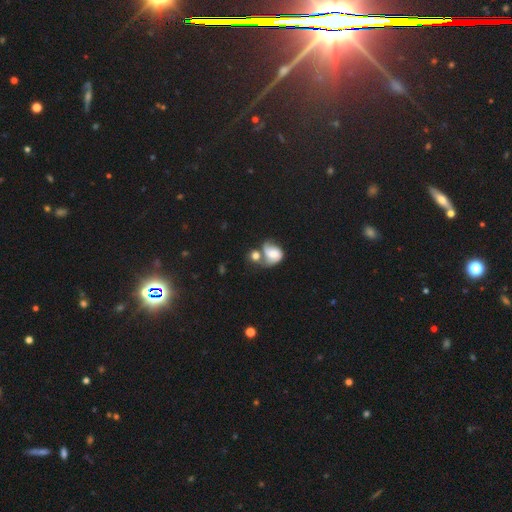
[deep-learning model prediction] smooth-or-featured: smooth: 57% | featured or disk: 32% | star or artifact: 11%
  how-rounded: round: 62% | in between: 36% | cigar-shaped: 2%
  merging: merger: 45% | none: 31% | minor disturbance: 13% | major disturbance: 11%